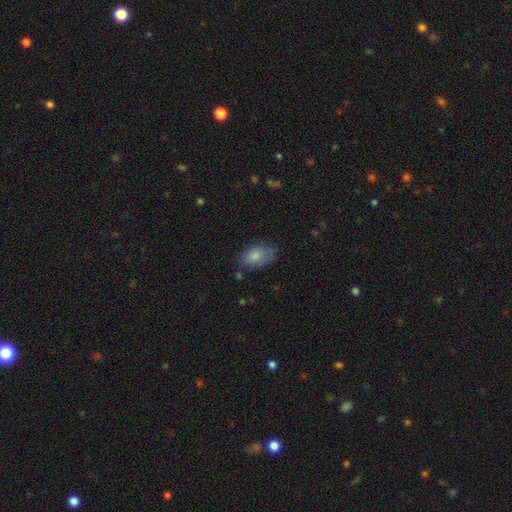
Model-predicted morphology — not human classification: The model was most divided on "merging": none: 64%, minor disturbance: 26%, major disturbance: 7%, merger: 3%. More confident: how rounded — in between (91%); smooth or featured — smooth (82%).